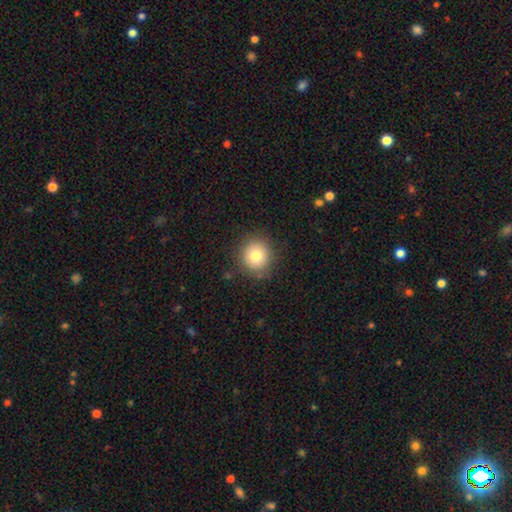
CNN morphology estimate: The model was most divided on "smooth or featured": smooth: 80%, star or artifact: 10%, featured or disk: 9%. More confident: how rounded — round (92%); merging — none (87%).